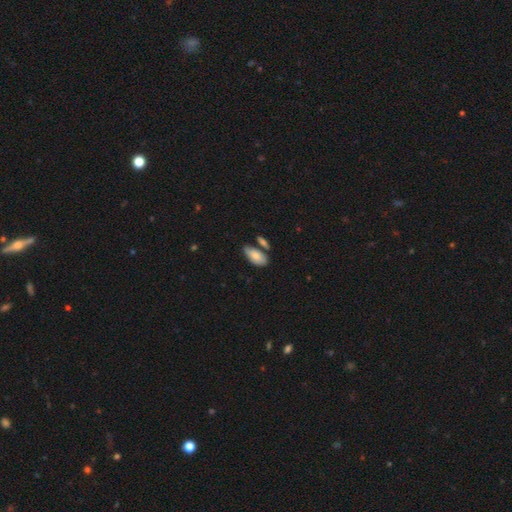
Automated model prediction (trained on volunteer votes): A smooth galaxy with no disk features (79%) that is in between round and cigar-shaped (91%). Merging: none (60%).